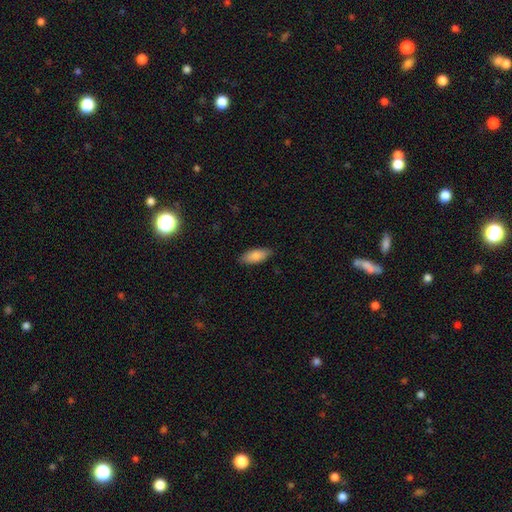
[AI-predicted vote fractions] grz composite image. It shows a smooth galaxy with no disk features (84%) that is in between round and cigar-shaped (82%). Merging: none (85%).